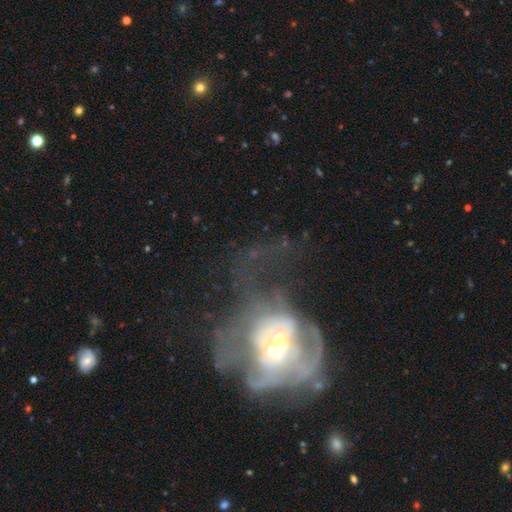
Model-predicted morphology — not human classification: Smooth or featured? featured or disk (71%)
Edge-on disk? no (95%)
Bar? no (49%)
Spiral arms? yes (58%)
Bulge size? moderate (57%)
Merging? major disturbance (56%)